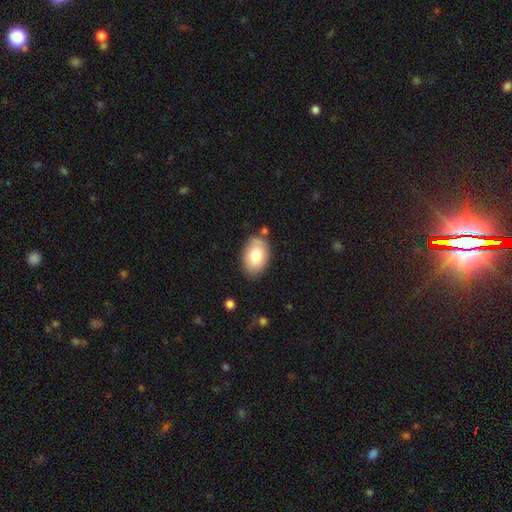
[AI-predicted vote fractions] Smooth or featured: smooth — 77% (featured or disk — 16%)
How rounded: in between — 88% (round — 11%)
Merging: none — 77% (minor disturbance — 16%)